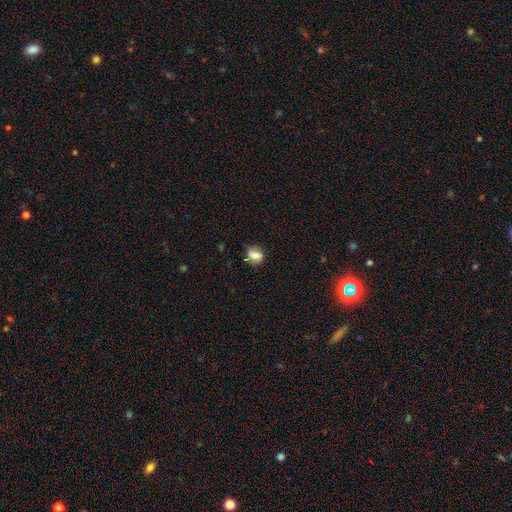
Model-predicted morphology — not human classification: The model was most divided on "how rounded": round: 56%, in between: 42%, cigar-shaped: 2%. More confident: merging — none (71%); smooth or featured — smooth (67%).